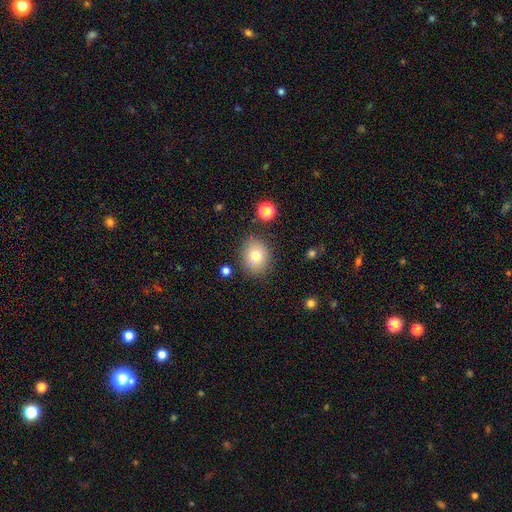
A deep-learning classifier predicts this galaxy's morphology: This appears to be a smooth galaxy with no disk features (76%) that is round (65%). Merging: none (83%).